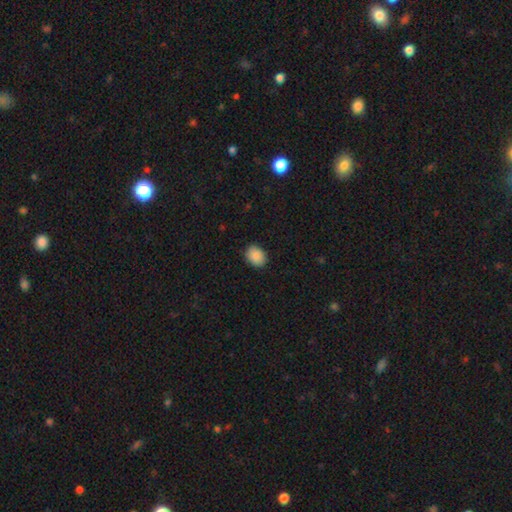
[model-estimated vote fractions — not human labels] The model was most divided on "how rounded": in between: 60%, round: 39%, cigar-shaped: 1%. More confident: smooth or featured — smooth (90%); merging — none (87%).